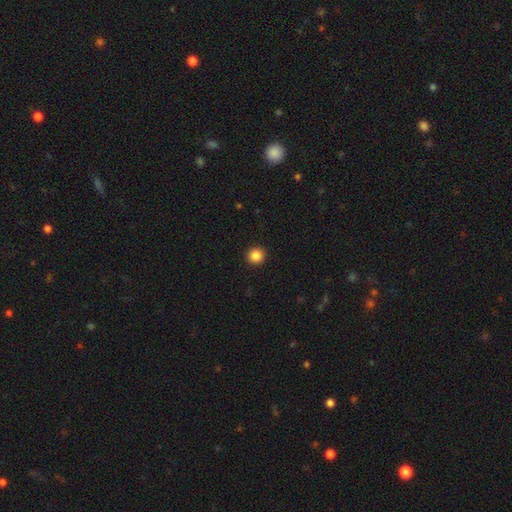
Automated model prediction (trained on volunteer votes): This appears to be a smooth galaxy with no disk features (86%) that is round (94%). Merging: none (93%).